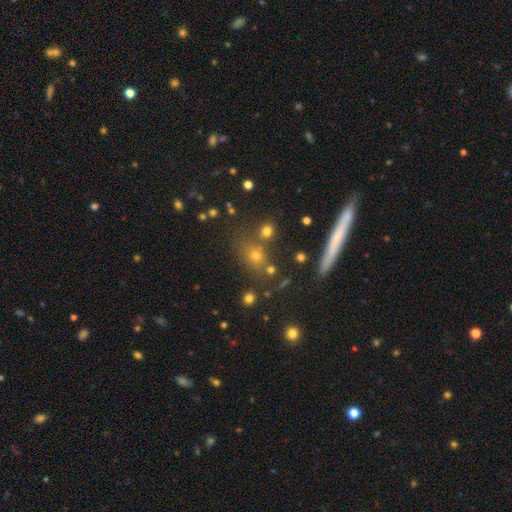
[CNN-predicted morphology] smooth 61%, star or artifact 22%, featured or disk 17%. Down the decision tree: how rounded — round (60%); merging — none (74%).